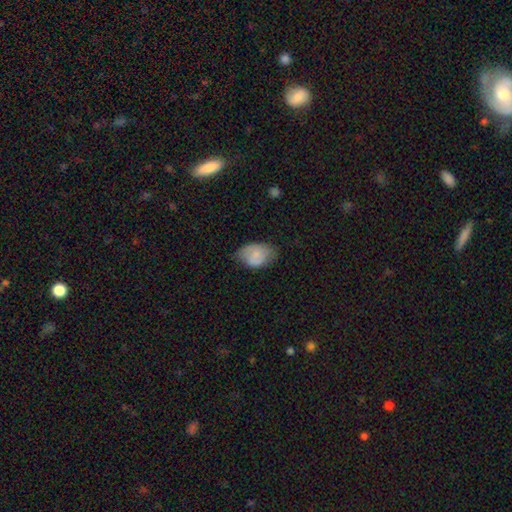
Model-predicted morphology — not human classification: Smooth or featured? Predicted: smooth (p=0.70). How rounded? Predicted: in between (p=0.83). Merging? Predicted: none (p=0.55).